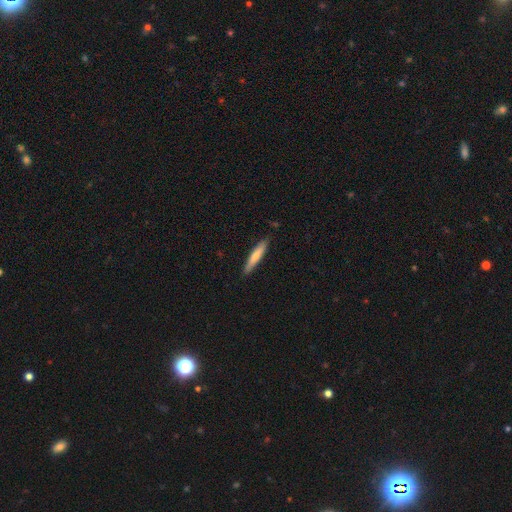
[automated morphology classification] The model was most divided on "smooth or featured": smooth: 68%, featured or disk: 27%, star or artifact: 5%. More confident: how rounded — cigar-shaped (90%); merging — none (86%).